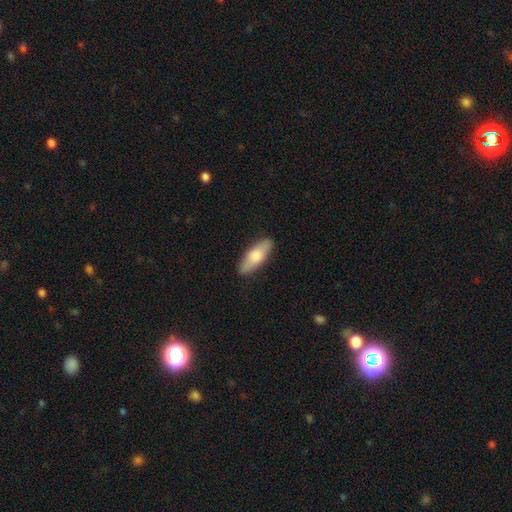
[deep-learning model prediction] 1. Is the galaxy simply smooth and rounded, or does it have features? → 69% smooth, 25% featured or disk, 5% star or artifact.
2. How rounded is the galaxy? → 62% in between, 35% cigar-shaped, 2% round.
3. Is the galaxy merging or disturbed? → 88% none, 9% minor disturbance, 2% major disturbance, 1% merger.